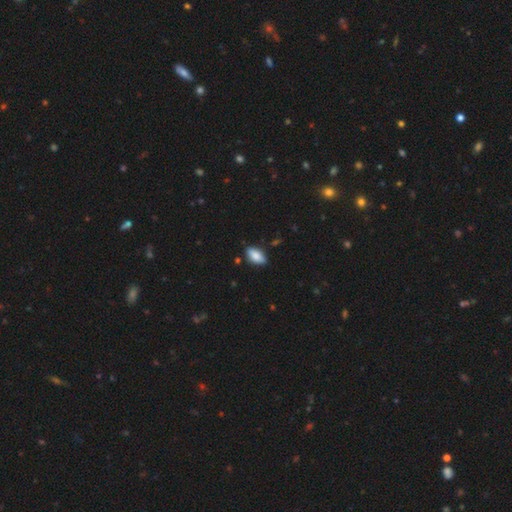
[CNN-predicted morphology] A smooth galaxy with no disk features (84%) that is in between round and cigar-shaped (92%).

Vote fractions:
- Smooth or featured? smooth: 84% / featured or disk: 9% / star or artifact: 7%
- How rounded? in between: 92% / cigar-shaped: 5% / round: 3%
- Merging? none: 85% / minor disturbance: 12% / major disturbance: 2% / merger: 1%